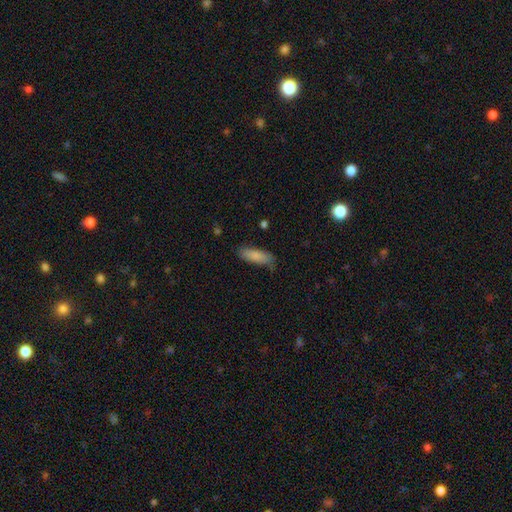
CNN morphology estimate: Smooth or featured?
  - smooth: 86% *
  - featured or disk: 8%
  - star or artifact: 6%
How rounded?
  - in between: 57% *
  - cigar-shaped: 42%
  - round: 2%
Merging?
  - none: 75% *
  - minor disturbance: 20%
  - major disturbance: 4%
  - merger: 2%